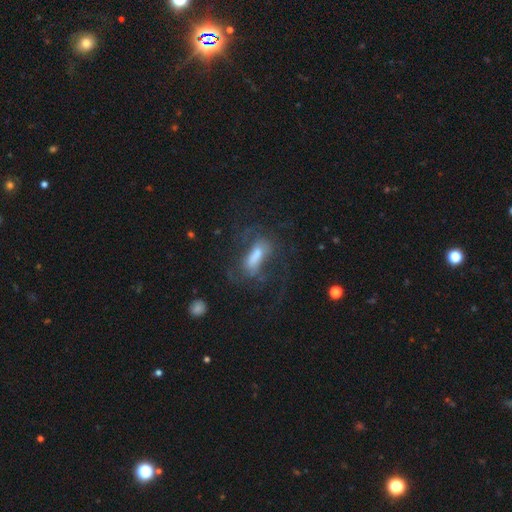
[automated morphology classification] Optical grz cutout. It shows a featured or disk galaxy (57%). Merging: none (46%).